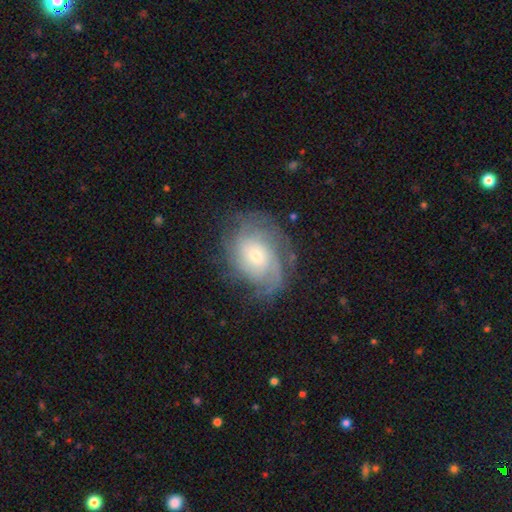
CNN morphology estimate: The model was most divided on "spiral arm count": can't tell: 40%, 2: 19%, 3: 17%, 4: 11%, 1: 7%, more than 4: 6%. More confident: edge-on disk — no (97%); spiral arms — yes (93%); smooth or featured — featured or disk (77%); bar — no (69%); merging — none (68%); bulge size — small (58%); spiral winding — tight (55%).